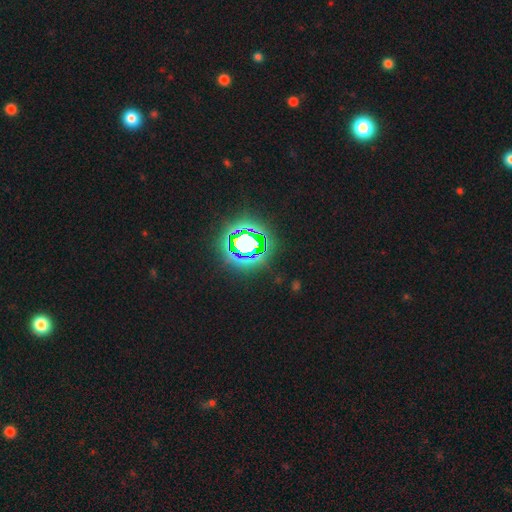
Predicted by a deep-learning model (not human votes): A star or artifact, not a galaxy (73%).

Vote fractions:
- Smooth or featured? star or artifact: 73% / smooth: 15% / featured or disk: 12%